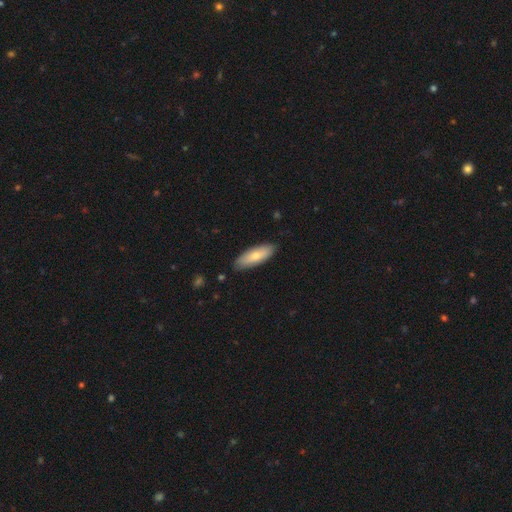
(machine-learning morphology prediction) Smooth or featured?
  - smooth: 72% *
  - featured or disk: 22%
  - star or artifact: 5%
How rounded?
  - in between: 64% *
  - cigar-shaped: 35%
  - round: 2%
Merging?
  - none: 86% *
  - minor disturbance: 11%
  - major disturbance: 2%
  - merger: 1%